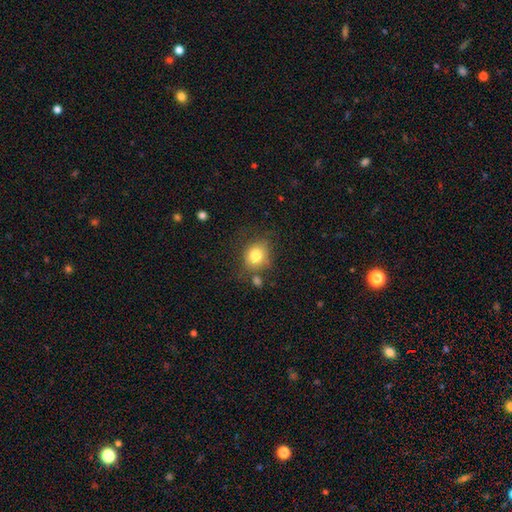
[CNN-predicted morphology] type=smooth (80%); roundness=round (64%); merging=none (64%).